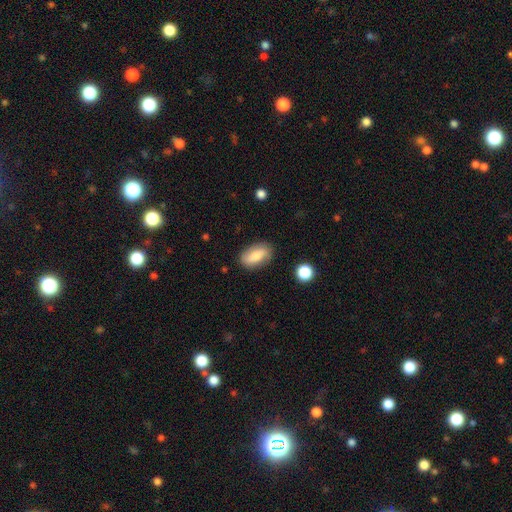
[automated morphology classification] Smooth or featured? smooth (68%)
How rounded? in between (88%)
Merging? none (83%)